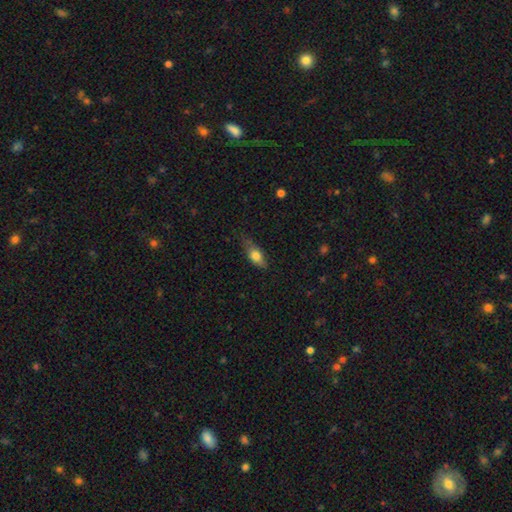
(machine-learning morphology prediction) smooth_or_featured: smooth (p=0.71) [alt: featured or disk p=0.21]
how_rounded: in between (p=0.74) [alt: cigar-shaped p=0.19]
merging: none (p=0.61) [alt: minor disturbance p=0.30]